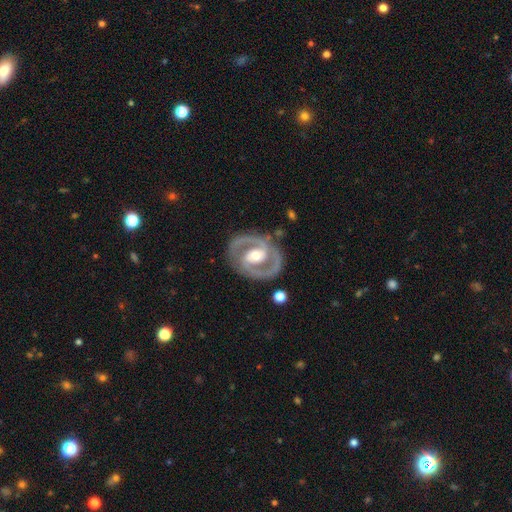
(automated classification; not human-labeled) The model was most divided on "bar": no: 36%, weak: 35%, strong: 28%. More confident: edge-on disk — no (97%); spiral arms — yes (90%); spiral arm count — 2 (90%); smooth or featured — featured or disk (88%); merging — none (82%); bulge size — moderate (66%); spiral winding — medium (51%).